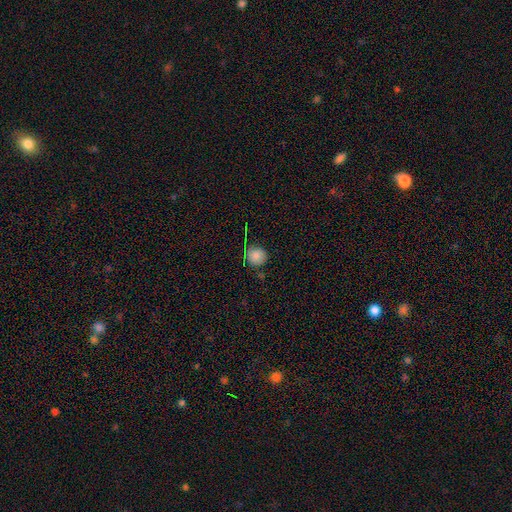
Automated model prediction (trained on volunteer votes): The model was most divided on "merging": none: 78%, minor disturbance: 16%, major disturbance: 4%, merger: 3%. More confident: how rounded — round (90%); smooth or featured — smooth (83%).